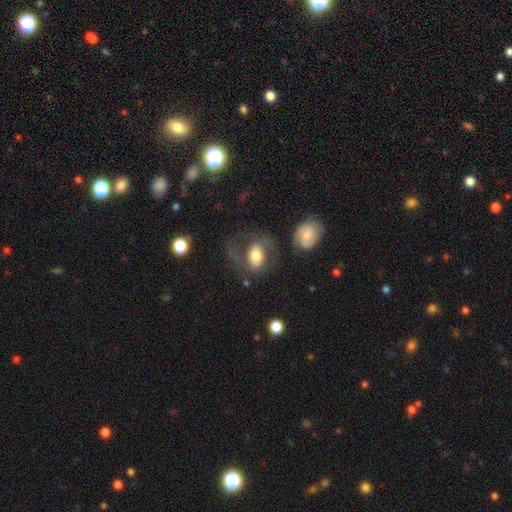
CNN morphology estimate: Smooth or featured: smooth — 52% (featured or disk — 40%)
How rounded: in between — 74% (round — 25%)
Merging: none — 47% (major disturbance — 29%)